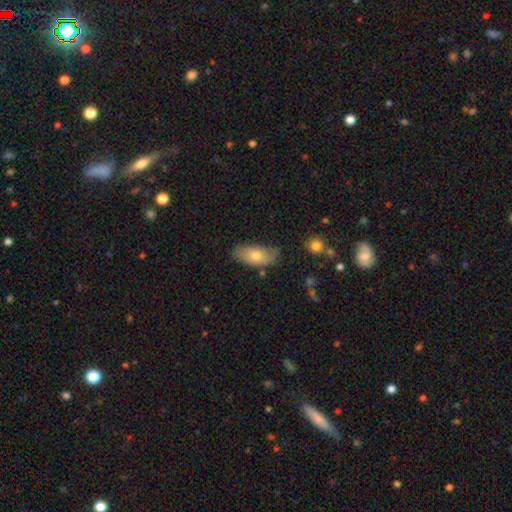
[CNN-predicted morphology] A smooth galaxy with no disk features (70%) that is in between round and cigar-shaped (90%).

Vote fractions:
- Smooth or featured? smooth: 70% / featured or disk: 23% / star or artifact: 7%
- How rounded? in between: 90% / cigar-shaped: 6% / round: 4%
- Merging? none: 70% / minor disturbance: 23% / major disturbance: 4% / merger: 3%